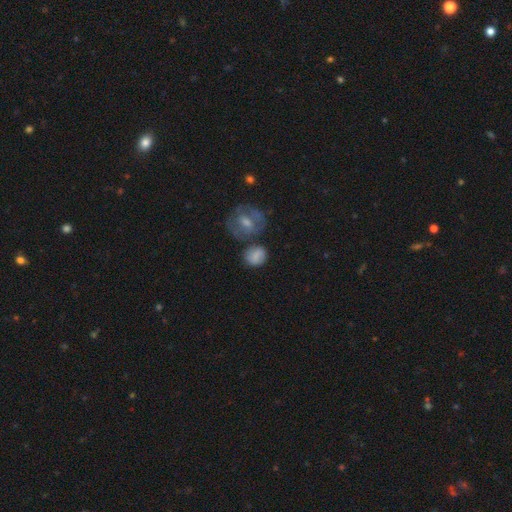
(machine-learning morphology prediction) smooth 74%, featured or disk 17%, star or artifact 9%. Down the decision tree: how rounded — round (68%); merging — none (63%).